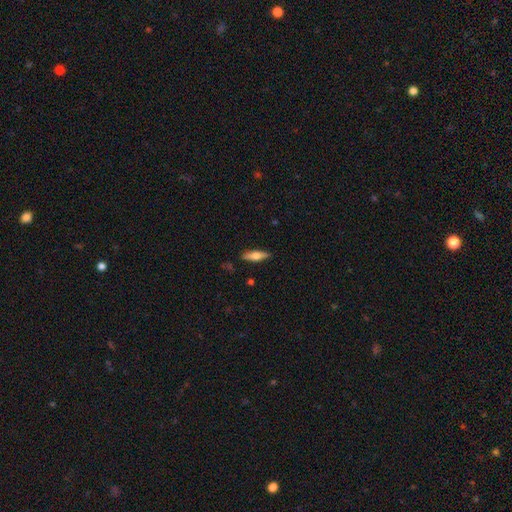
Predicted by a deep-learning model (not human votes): Smooth or featured? smooth (50%)
Merging? none (88%)